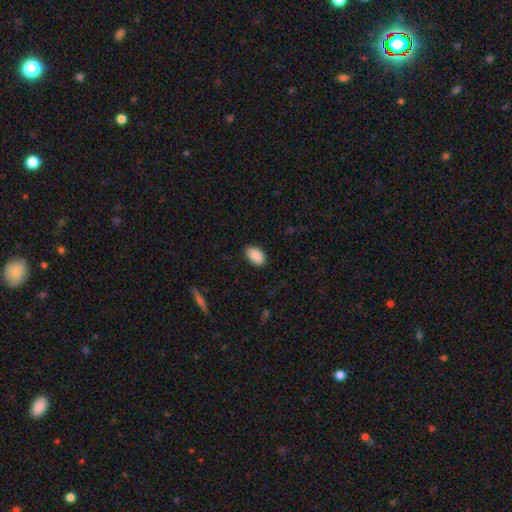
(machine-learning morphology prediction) A smooth galaxy with no disk features (89%) that is in between round and cigar-shaped (90%). Merging: none (84%).